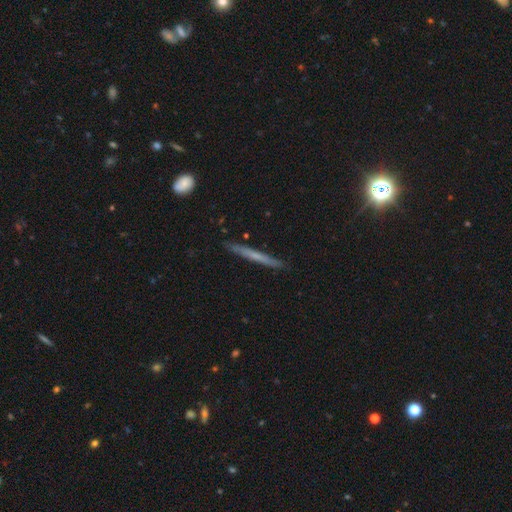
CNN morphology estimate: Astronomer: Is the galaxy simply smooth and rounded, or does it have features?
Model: smooth — 47% (runner-up: featured or disk, 46%).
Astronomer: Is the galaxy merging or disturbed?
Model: none — 89%.